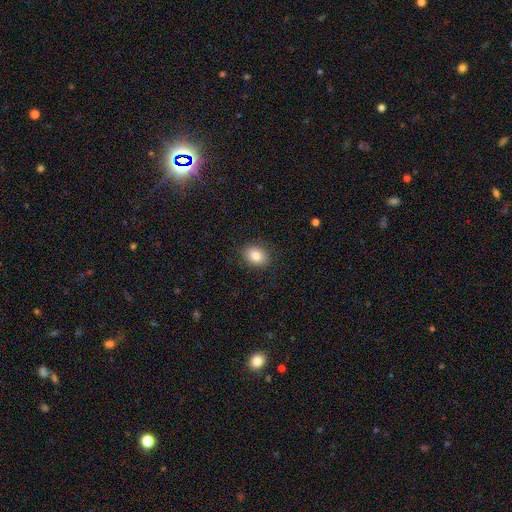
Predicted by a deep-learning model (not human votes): The model was most divided on "how rounded": in between: 59%, round: 40%, cigar-shaped: 1%. More confident: merging — none (88%); smooth or featured — smooth (84%).